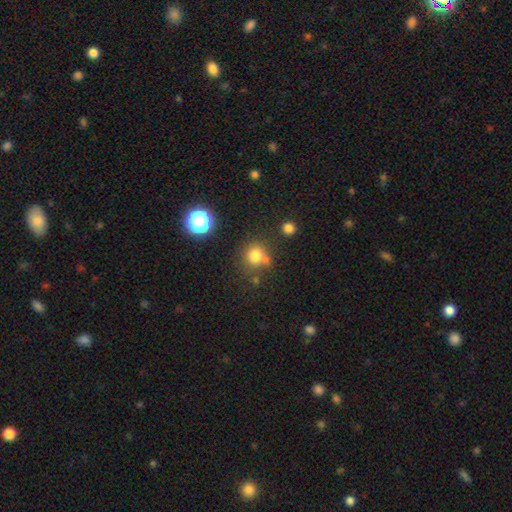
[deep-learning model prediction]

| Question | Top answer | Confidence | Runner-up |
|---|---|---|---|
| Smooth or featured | smooth | 77% | star or artifact (16%) |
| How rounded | round | 88% | in between (11%) |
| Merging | none | 67% | merger (17%) |